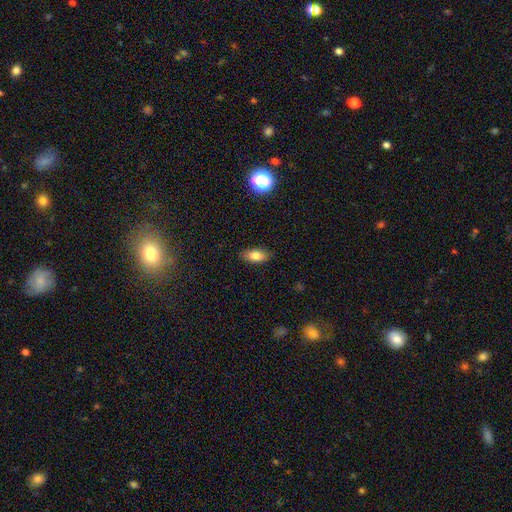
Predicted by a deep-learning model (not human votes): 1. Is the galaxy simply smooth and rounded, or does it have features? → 83% smooth, 9% star or artifact, 8% featured or disk.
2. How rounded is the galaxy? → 87% in between, 9% cigar-shaped, 4% round.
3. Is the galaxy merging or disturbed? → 87% none, 9% minor disturbance, 2% major disturbance, 1% merger.